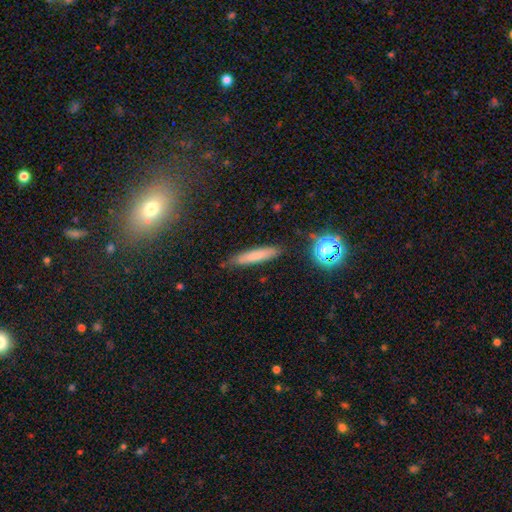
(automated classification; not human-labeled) Overall: smooth (73%). How rounded: cigar-shaped (88%). Merging: none (83%).